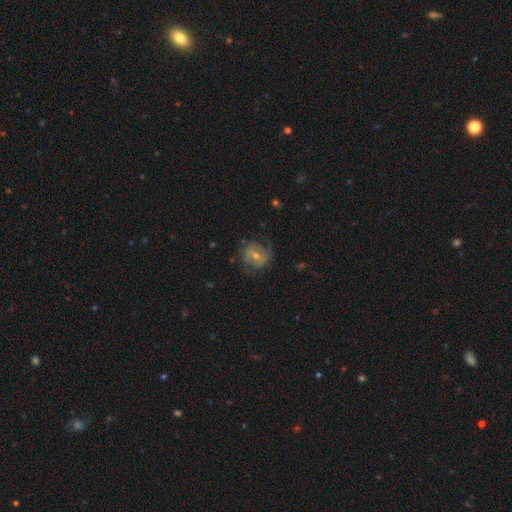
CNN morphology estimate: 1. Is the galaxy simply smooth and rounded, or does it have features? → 65% featured or disk, 28% smooth, 7% star or artifact.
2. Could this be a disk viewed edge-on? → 97% no, 3% yes.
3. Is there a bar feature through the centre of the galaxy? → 45% weak, 39% no, 16% strong.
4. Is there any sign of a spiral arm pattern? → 80% yes, 20% no.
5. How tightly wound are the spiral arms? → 42% medium, 39% tight, 20% loose.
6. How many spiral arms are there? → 68% 2, 18% can't tell, 7% 1, 4% 3, 2% 4, 2% more than 4.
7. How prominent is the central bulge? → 64% moderate, 31% small, 3% large, 1% none, 1% dominant.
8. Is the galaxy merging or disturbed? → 66% none, 20% minor disturbance, 12% major disturbance, 1% merger.